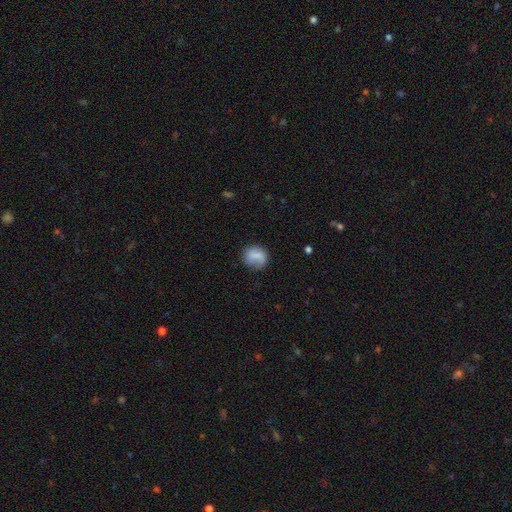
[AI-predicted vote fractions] This appears to be a smooth galaxy with no disk features (76%) that is round (78%). Merging: none (66%).